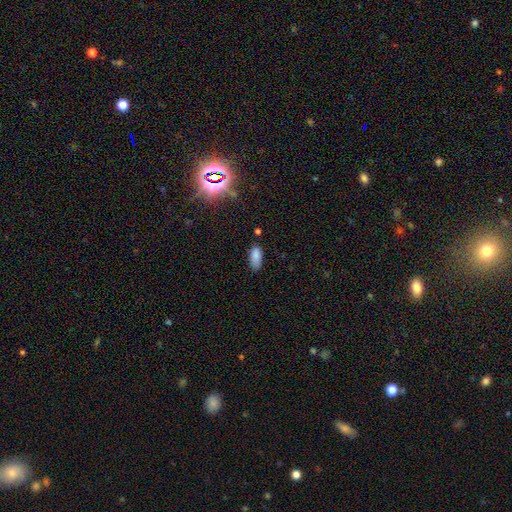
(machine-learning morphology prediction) The model was most divided on "merging": none: 71%, minor disturbance: 22%, major disturbance: 4%, merger: 3%. More confident: how rounded — in between (87%); smooth or featured — smooth (85%).